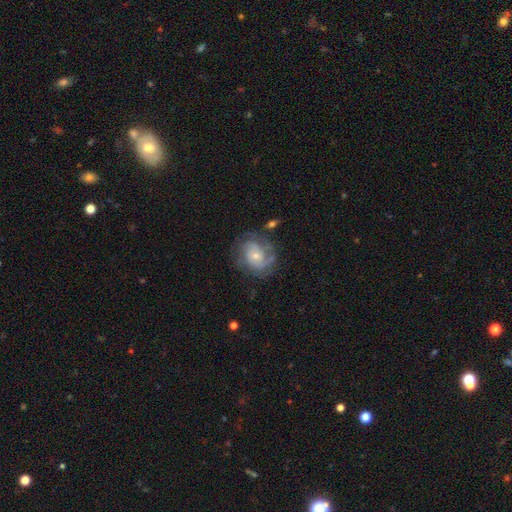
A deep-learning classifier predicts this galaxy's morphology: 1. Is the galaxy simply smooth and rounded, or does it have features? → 73% featured or disk, 20% smooth, 7% star or artifact.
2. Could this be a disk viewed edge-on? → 97% no, 3% yes.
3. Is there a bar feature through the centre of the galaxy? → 73% no, 23% weak, 4% strong.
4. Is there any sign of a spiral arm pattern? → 88% yes, 12% no.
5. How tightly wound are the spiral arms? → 51% tight, 35% medium, 14% loose.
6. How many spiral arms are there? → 33% can't tell, 32% 2, 19% 3, 7% 1, 6% 4, 4% more than 4.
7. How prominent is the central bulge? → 63% small, 31% moderate, 3% large, 2% none, 1% dominant.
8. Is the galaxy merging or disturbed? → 64% none, 20% minor disturbance, 13% major disturbance, 3% merger.